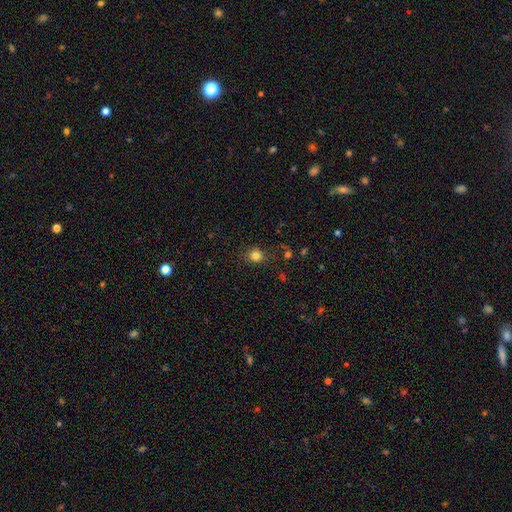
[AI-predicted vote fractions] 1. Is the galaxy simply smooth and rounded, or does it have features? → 81% smooth, 14% star or artifact, 5% featured or disk.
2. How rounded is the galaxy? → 79% round, 20% in between, 1% cigar-shaped.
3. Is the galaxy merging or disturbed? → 82% none, 12% minor disturbance, 4% major disturbance, 2% merger.